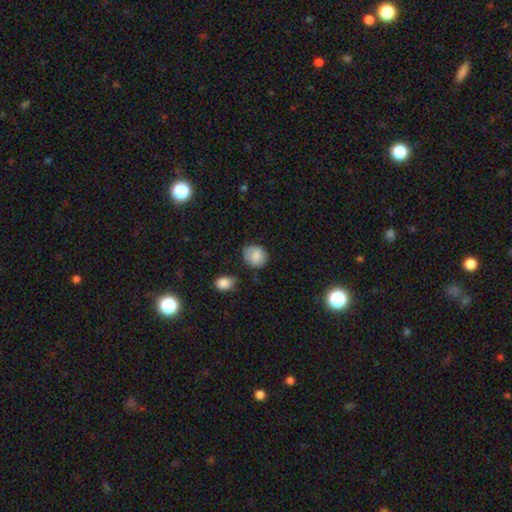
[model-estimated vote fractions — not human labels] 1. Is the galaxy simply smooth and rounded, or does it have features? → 85% smooth, 8% star or artifact, 7% featured or disk.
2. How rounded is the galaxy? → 72% round, 27% in between, 1% cigar-shaped.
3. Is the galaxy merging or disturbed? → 64% none, 26% minor disturbance, 6% major disturbance, 4% merger.